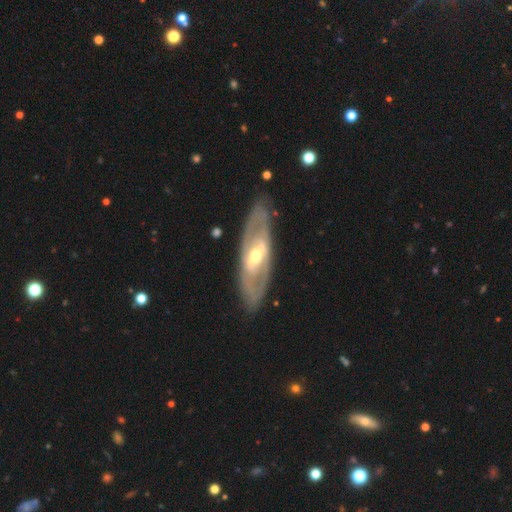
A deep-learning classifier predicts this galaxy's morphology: Q: Smooth or featured?
A: featured or disk (79%); runner-up: smooth (17%)
Q: Edge-on disk?
A: no (84%); runner-up: yes (16%)
Q: Bar?
A: strong (39%); runner-up: weak (36%)
Q: Spiral arms?
A: yes (57%); runner-up: no (43%)
Q: Bulge size?
A: moderate (57%); runner-up: small (37%)
Q: Merging?
A: none (82%); runner-up: minor disturbance (12%)